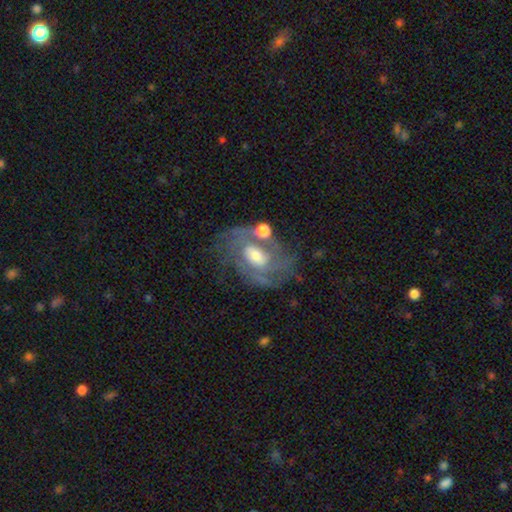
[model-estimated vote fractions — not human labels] Smooth or featured? featured or disk (80%)
Edge-on disk? no (96%)
Bar? no (45%)
Spiral arms? yes (88%)
Spiral winding? tight (46%)
Spiral arm count? can't tell (34%)
Bulge size? moderate (54%)
Merging? none (51%)